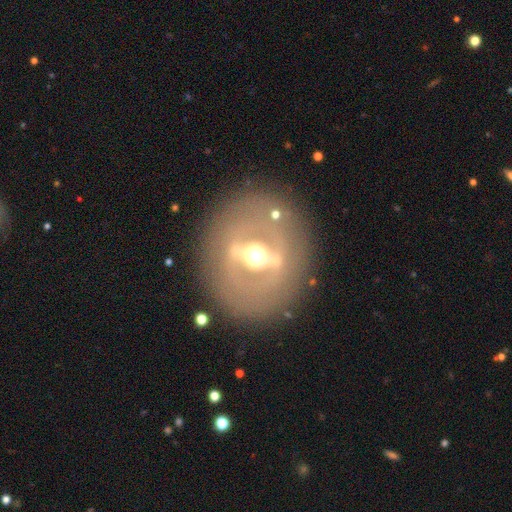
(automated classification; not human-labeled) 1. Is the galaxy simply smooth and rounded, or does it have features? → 79% featured or disk, 14% smooth, 7% star or artifact.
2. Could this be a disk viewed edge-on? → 74% no, 26% yes.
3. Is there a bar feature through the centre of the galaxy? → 79% strong, 14% weak, 7% no.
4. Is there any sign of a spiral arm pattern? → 85% no, 15% yes.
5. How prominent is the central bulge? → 69% moderate, 21% large, 7% small, 2% dominant, 1% none.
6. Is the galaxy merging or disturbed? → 83% none, 9% minor disturbance, 6% major disturbance, 2% merger.